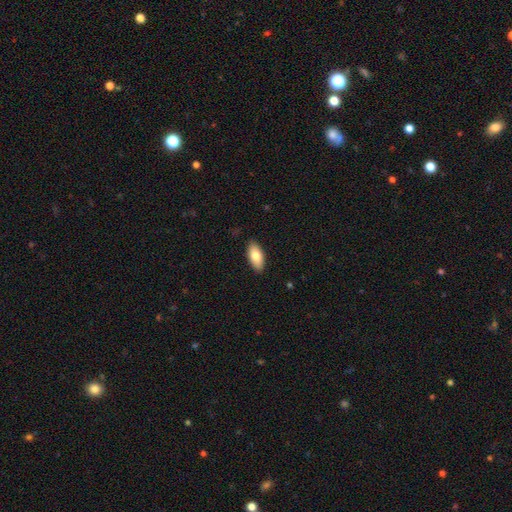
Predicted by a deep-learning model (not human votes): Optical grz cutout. It shows a smooth galaxy with no disk features (80%) that is in between round and cigar-shaped (90%). Merging: none (88%).